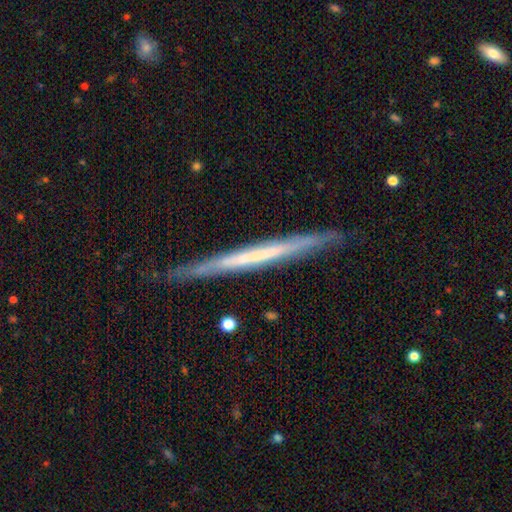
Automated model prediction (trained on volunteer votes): Smooth or featured?
  - featured or disk: 62% *
  - smooth: 32%
  - star or artifact: 6%
Edge-on disk?
  - yes: 96% *
  - no: 4%
Edge-on bulge?
  - none: 87% *
  - rounded: 7%
  - boxy: 6%
Merging?
  - none: 86% *
  - minor disturbance: 11%
  - major disturbance: 2%
  - merger: 1%